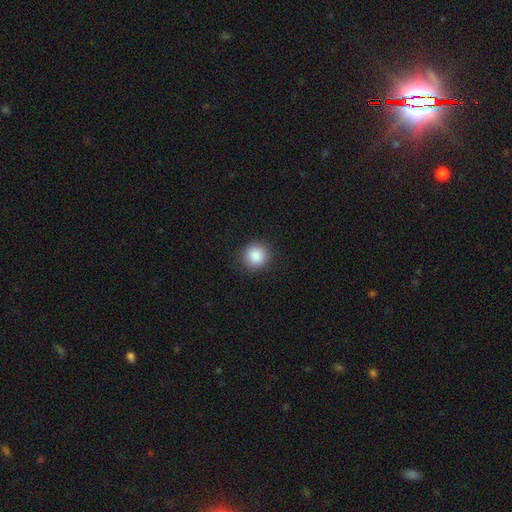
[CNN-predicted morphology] A smooth galaxy with no disk features (88%) that is round (92%). Merging: none (90%).